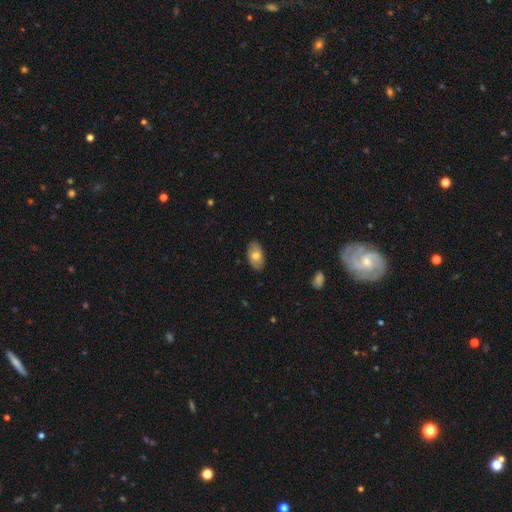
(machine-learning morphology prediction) Smooth or featured? Predicted: smooth (p=0.69). How rounded? Predicted: in between (p=0.93). Merging? Predicted: none (p=0.84).